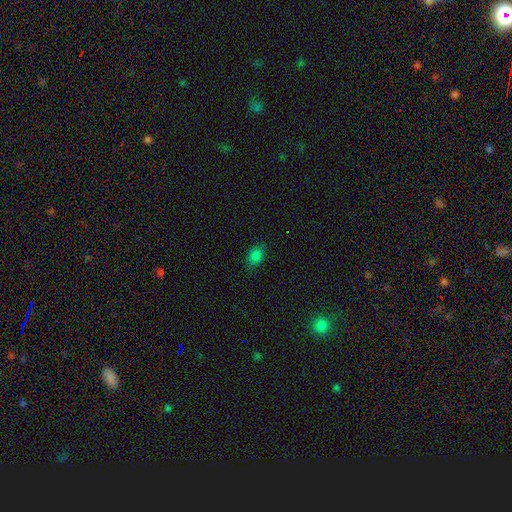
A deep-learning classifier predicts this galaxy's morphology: Smooth or featured: smooth — 81% (star or artifact — 15%)
How rounded: in between — 75% (round — 23%)
Merging: none — 80% (minor disturbance — 15%)